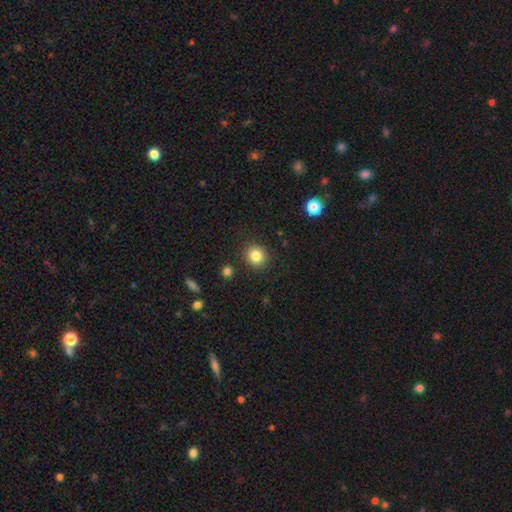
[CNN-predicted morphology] A smooth galaxy with no disk features (84%) that is round (87%). Merging: none (89%).